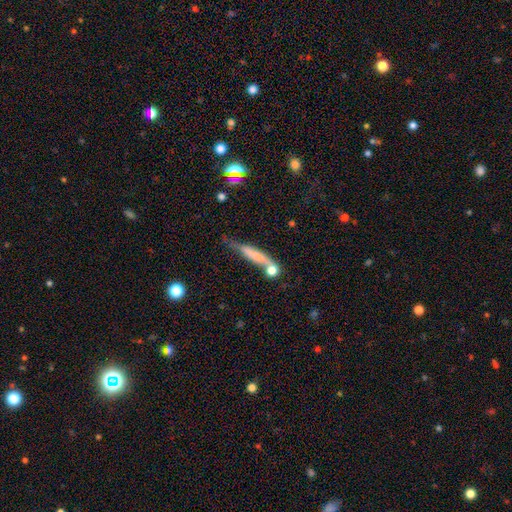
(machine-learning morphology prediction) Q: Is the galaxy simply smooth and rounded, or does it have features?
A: smooth — 56%.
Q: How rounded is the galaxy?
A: cigar-shaped — 86%.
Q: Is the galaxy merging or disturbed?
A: none — 45%.